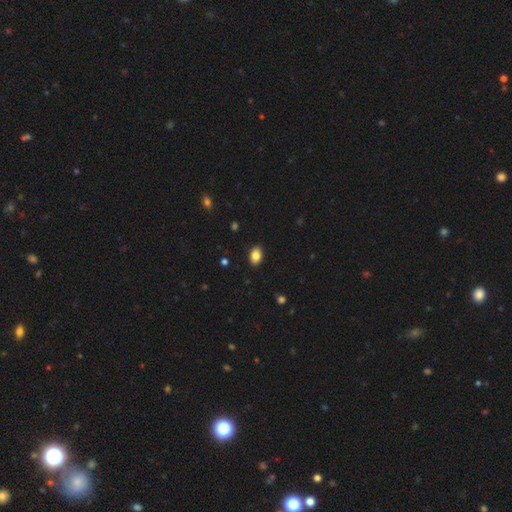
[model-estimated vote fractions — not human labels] Overall: smooth (85%). How rounded: in between (83%). Merging: none (90%).